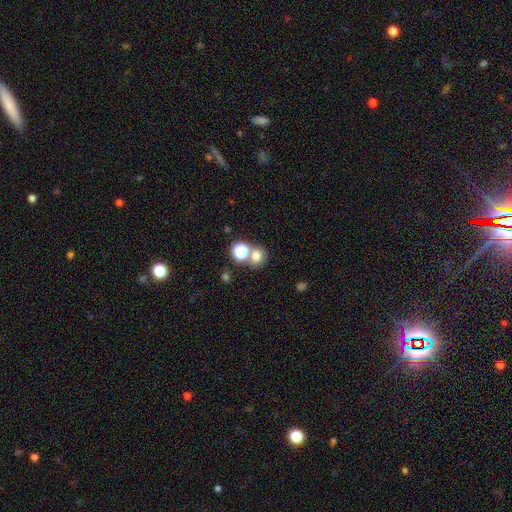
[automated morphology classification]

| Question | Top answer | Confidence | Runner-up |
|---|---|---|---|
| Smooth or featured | smooth | 74% | star or artifact (18%) |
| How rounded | round | 77% | in between (22%) |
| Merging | none | 55% | merger (33%) |